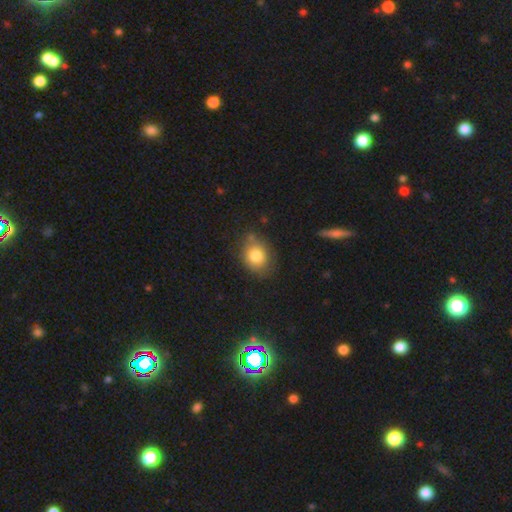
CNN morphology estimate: A smooth galaxy with no disk features (81%) that is round (51%).

Vote fractions:
- Smooth or featured? smooth: 81% / featured or disk: 10% / star or artifact: 9%
- How rounded? round: 51% / in between: 48% / cigar-shaped: 1%
- Merging? none: 70% / minor disturbance: 21% / major disturbance: 5% / merger: 4%